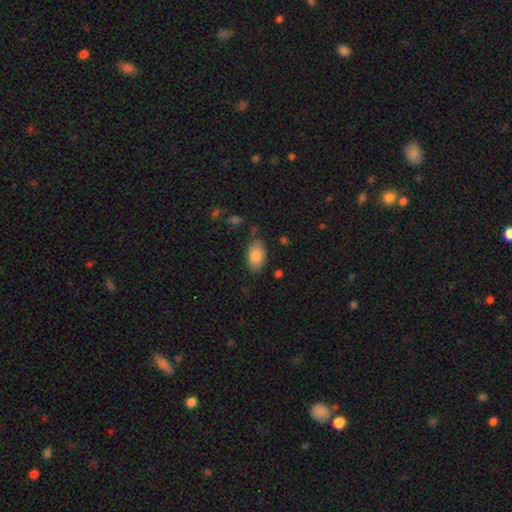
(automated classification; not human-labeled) smooth 84%, featured or disk 9%, star or artifact 7%. Down the decision tree: how rounded — in between (92%); merging — none (76%).